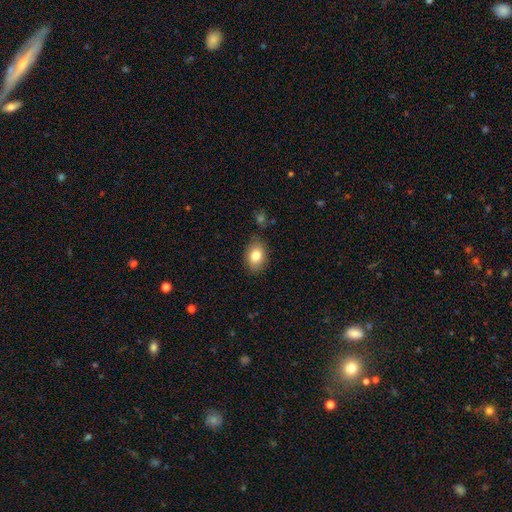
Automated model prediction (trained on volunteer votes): Q: Smooth or featured?
A: smooth (82%); runner-up: featured or disk (10%)
Q: How rounded?
A: in between (79%); runner-up: round (20%)
Q: Merging?
A: none (84%); runner-up: minor disturbance (12%)